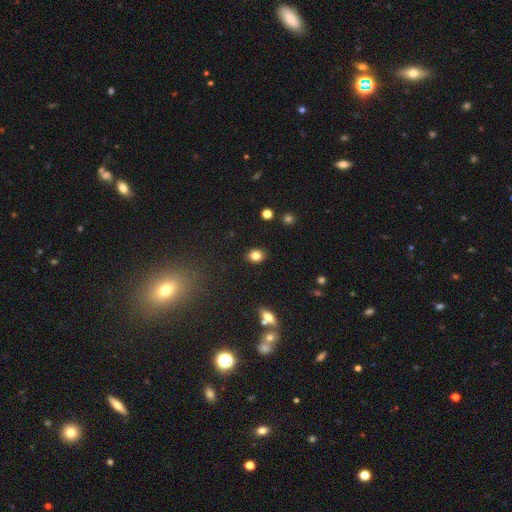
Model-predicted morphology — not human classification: Smooth or featured? Predicted: smooth (p=0.83). How rounded? Predicted: in between (p=0.55). Merging? Predicted: none (p=0.89).